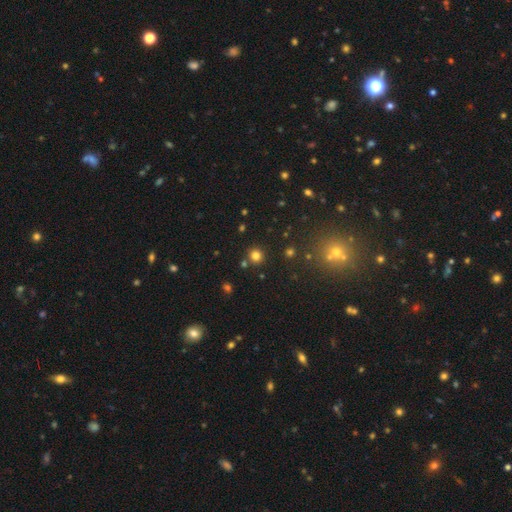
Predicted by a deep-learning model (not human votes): The model was most divided on "smooth or featured": smooth: 77%, star or artifact: 18%, featured or disk: 5%. More confident: how rounded — round (92%); merging — none (85%).